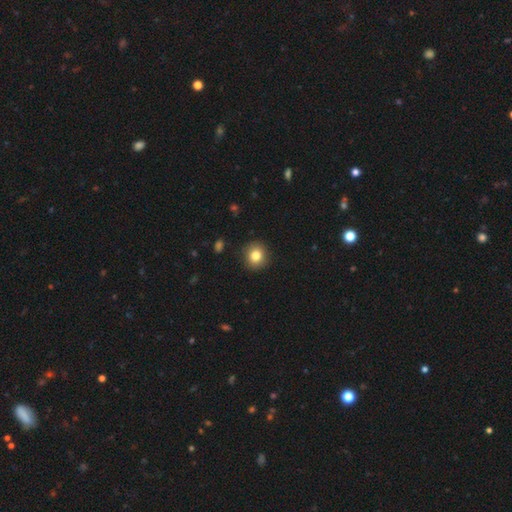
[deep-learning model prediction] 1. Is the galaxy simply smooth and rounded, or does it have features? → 82% smooth, 10% star or artifact, 8% featured or disk.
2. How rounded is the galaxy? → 87% round, 12% in between, 1% cigar-shaped.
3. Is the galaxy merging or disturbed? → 91% none, 6% minor disturbance, 2% major disturbance, 1% merger.